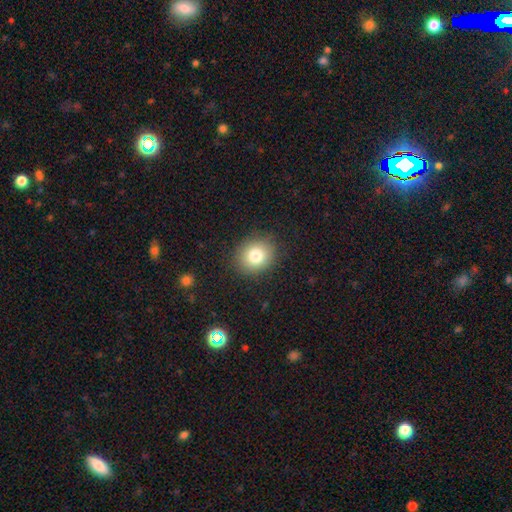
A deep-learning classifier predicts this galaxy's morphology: The model was most divided on "how rounded": round: 68%, in between: 31%, cigar-shaped: 1%. More confident: merging — none (88%); smooth or featured — smooth (79%).